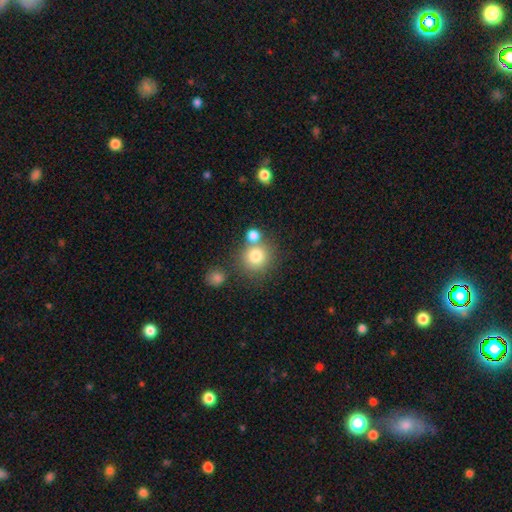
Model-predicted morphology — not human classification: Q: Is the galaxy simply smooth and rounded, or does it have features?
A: smooth — 79%.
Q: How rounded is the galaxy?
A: round — 91%.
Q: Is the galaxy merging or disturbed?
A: none — 66%.